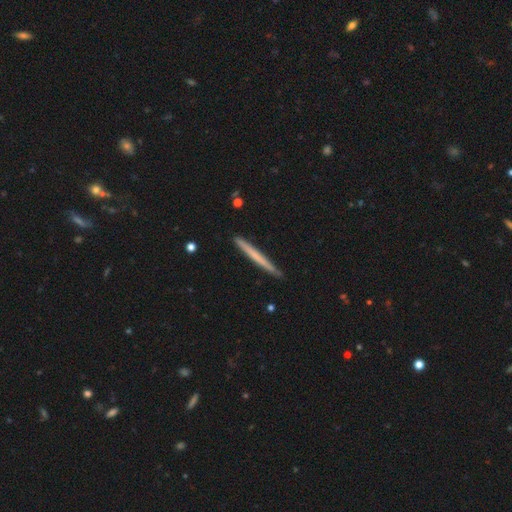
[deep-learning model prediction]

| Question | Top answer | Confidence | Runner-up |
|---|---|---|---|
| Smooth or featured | smooth | 55% | featured or disk (40%) |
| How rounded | cigar-shaped | 97% | in between (2%) |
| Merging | none | 91% | minor disturbance (6%) |